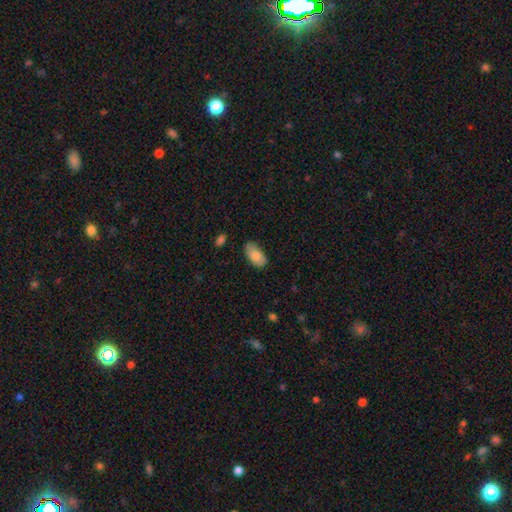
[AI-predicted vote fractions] smooth-or-featured: smooth: 83% | featured or disk: 10% | star or artifact: 6%
  how-rounded: in between: 95% | round: 3% | cigar-shaped: 2%
  merging: none: 69% | minor disturbance: 25% | major disturbance: 4% | merger: 2%